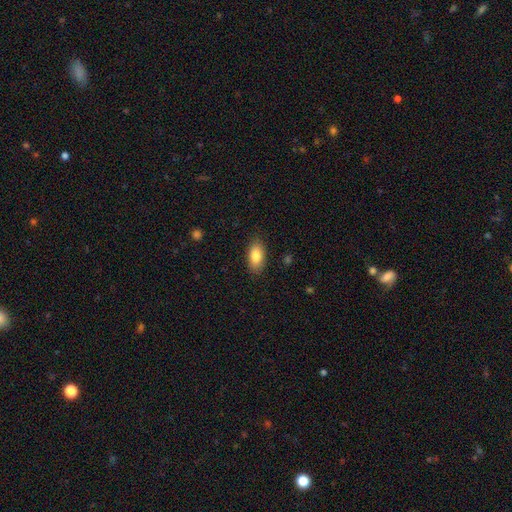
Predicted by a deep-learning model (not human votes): A smooth galaxy with no disk features (84%) that is in between round and cigar-shaped (91%). Merging: none (87%).